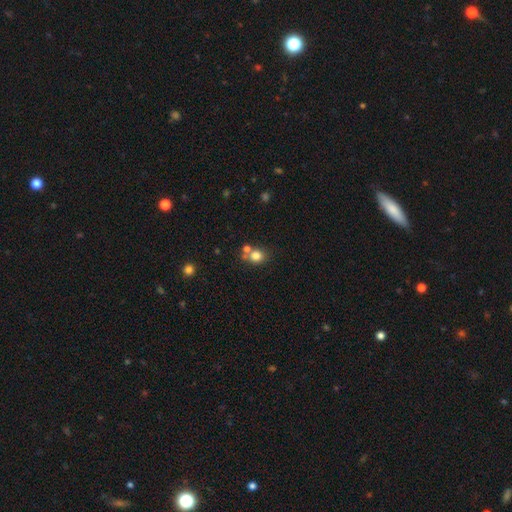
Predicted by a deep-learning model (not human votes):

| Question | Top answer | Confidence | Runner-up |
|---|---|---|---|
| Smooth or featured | smooth | 78% | star or artifact (12%) |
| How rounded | round | 71% | in between (28%) |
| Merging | none | 55% | merger (30%) |